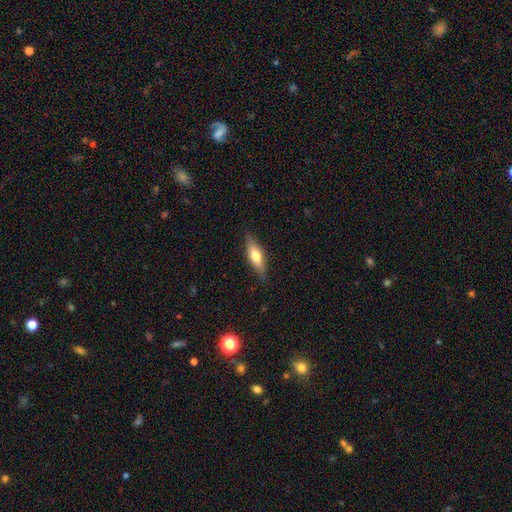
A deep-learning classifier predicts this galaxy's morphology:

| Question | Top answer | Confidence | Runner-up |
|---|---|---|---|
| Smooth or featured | smooth | 54% | featured or disk (40%) |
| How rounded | in between | 51% | cigar-shaped (46%) |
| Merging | none | 84% | minor disturbance (13%) |